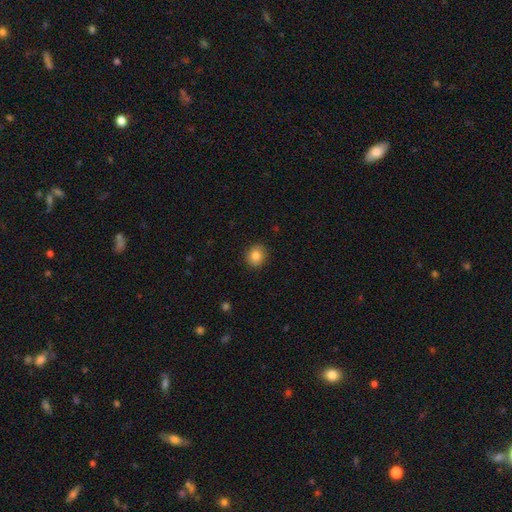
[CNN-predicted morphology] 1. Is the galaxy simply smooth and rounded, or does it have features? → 85% smooth, 9% star or artifact, 6% featured or disk.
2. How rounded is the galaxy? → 76% round, 23% in between, 1% cigar-shaped.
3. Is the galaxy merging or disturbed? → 90% none, 7% minor disturbance, 2% major disturbance, 1% merger.